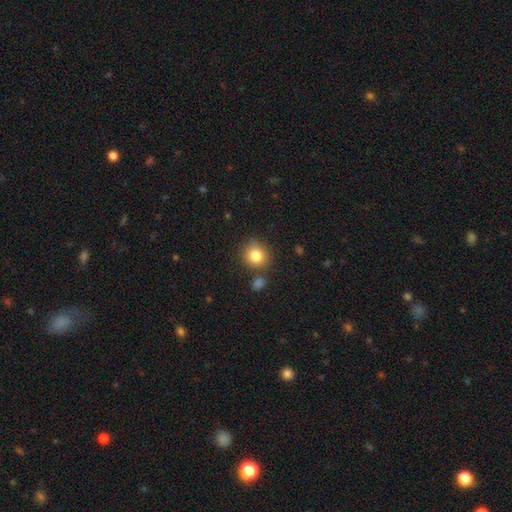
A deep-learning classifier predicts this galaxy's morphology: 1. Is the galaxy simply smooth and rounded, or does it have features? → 83% smooth, 10% star or artifact, 7% featured or disk.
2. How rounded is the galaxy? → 84% round, 15% in between, 1% cigar-shaped.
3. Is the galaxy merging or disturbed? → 76% none, 12% minor disturbance, 8% merger, 3% major disturbance.